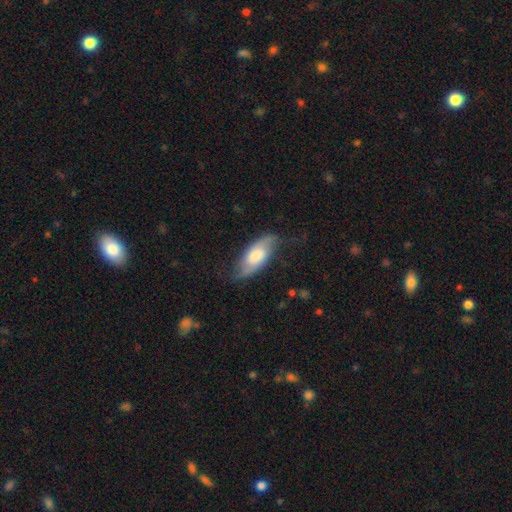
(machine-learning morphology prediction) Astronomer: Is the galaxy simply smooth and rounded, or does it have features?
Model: featured or disk — 53% (runner-up: smooth, 41%).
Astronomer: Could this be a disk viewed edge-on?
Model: no — 82%.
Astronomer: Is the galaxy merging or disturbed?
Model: none — 65%.